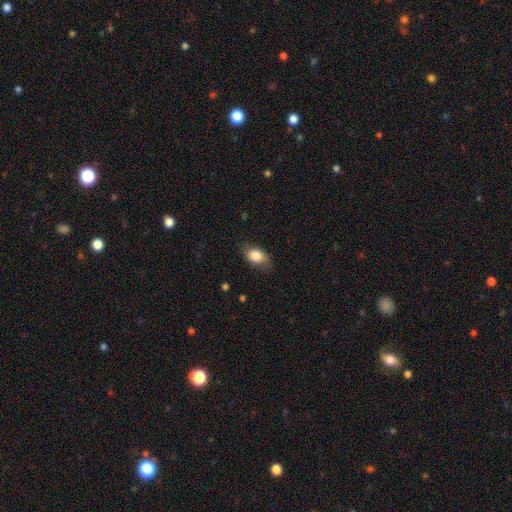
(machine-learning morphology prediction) This is clearly a smooth galaxy (83%). How rounded: clearly in between (85%). Merging: likely none (72%).